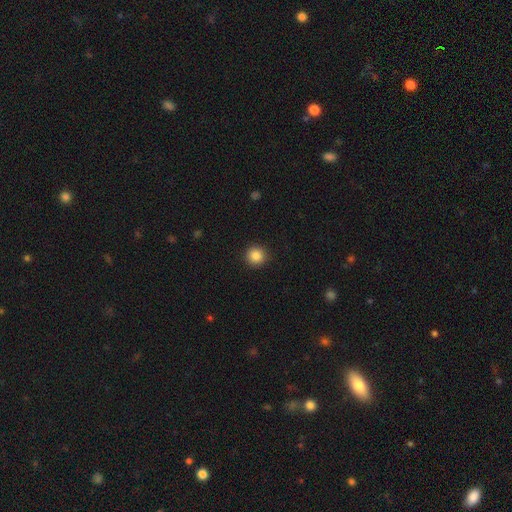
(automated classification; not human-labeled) Q: Smooth or featured?
A: smooth (86%); runner-up: star or artifact (10%)
Q: How rounded?
A: round (94%); runner-up: in between (5%)
Q: Merging?
A: none (92%); runner-up: minor disturbance (5%)